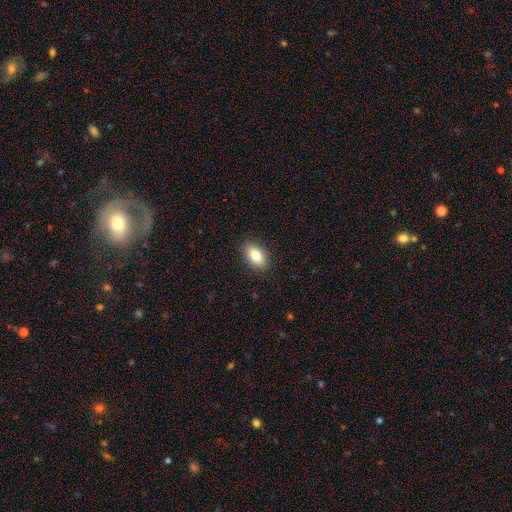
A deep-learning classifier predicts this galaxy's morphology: smooth-or-featured: smooth: 81% | featured or disk: 11% | star or artifact: 8%
  how-rounded: in between: 90% | round: 8% | cigar-shaped: 2%
  merging: none: 89% | minor disturbance: 8% | major disturbance: 2% | merger: 1%